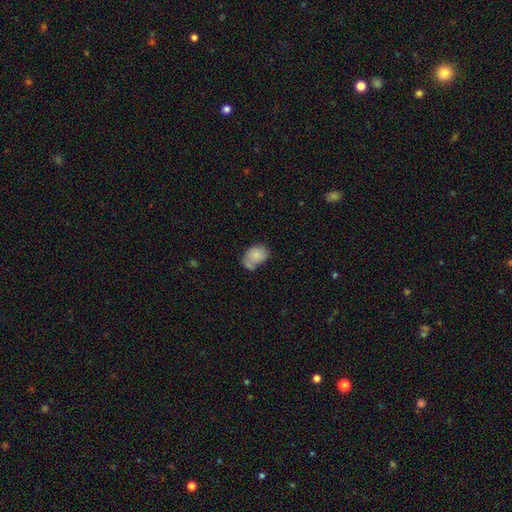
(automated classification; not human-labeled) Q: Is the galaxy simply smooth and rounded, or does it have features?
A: smooth — 75%.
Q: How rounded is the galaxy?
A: in between — 73%.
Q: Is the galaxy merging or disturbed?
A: none — 36%.